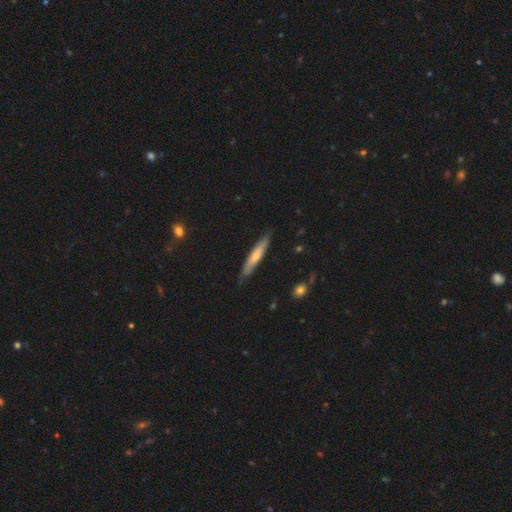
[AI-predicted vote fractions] smooth 56%, featured or disk 39%, star or artifact 5%. Down the decision tree: how rounded — cigar-shaped (88%); merging — none (79%).